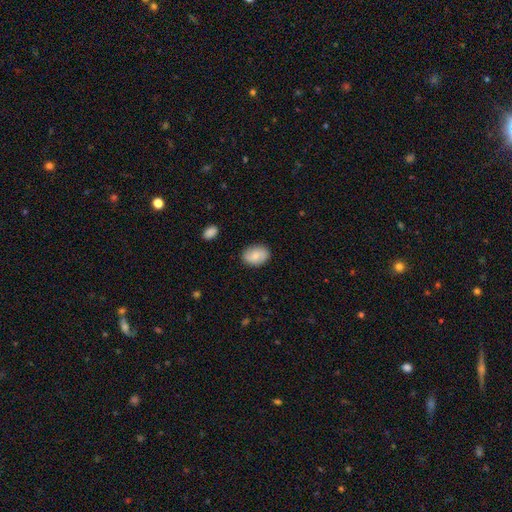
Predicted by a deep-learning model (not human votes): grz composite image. It shows a smooth galaxy with no disk features (72%) that is in between round and cigar-shaped (77%). Merging: none (84%).